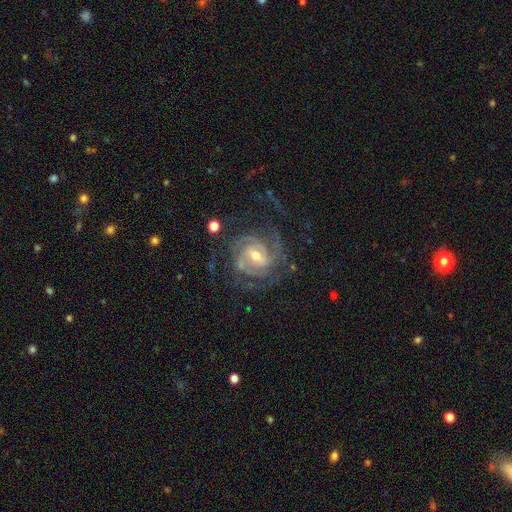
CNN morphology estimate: Q: Smooth or featured?
A: featured or disk (90%); runner-up: star or artifact (5%)
Q: Edge-on disk?
A: no (98%); runner-up: yes (2%)
Q: Bar?
A: weak (48%); runner-up: no (32%)
Q: Spiral arms?
A: yes (98%); runner-up: no (2%)
Q: Spiral winding?
A: tight (60%); runner-up: medium (33%)
Q: Spiral arm count?
A: 2 (34%); runner-up: 3 (28%)
Q: Bulge size?
A: moderate (54%); runner-up: small (42%)
Q: Merging?
A: none (66%); runner-up: minor disturbance (17%)